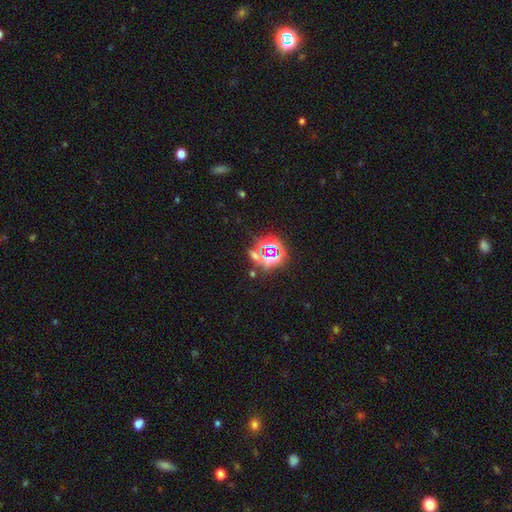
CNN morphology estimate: This is likely a star or artifact rather than a galaxy (69%).